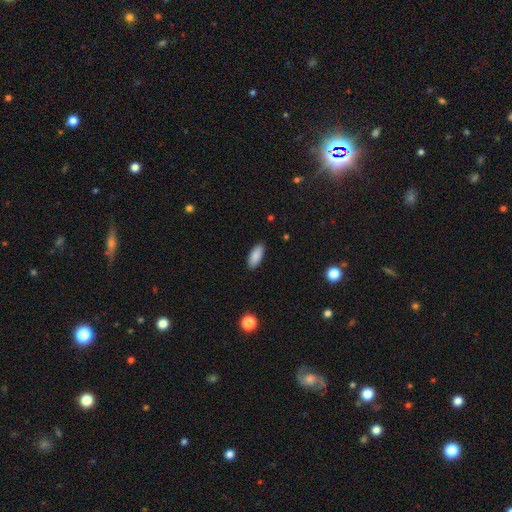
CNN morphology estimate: This appears to be a smooth galaxy with no disk features (89%) that is in between round and cigar-shaped (83%). Merging: none (89%).